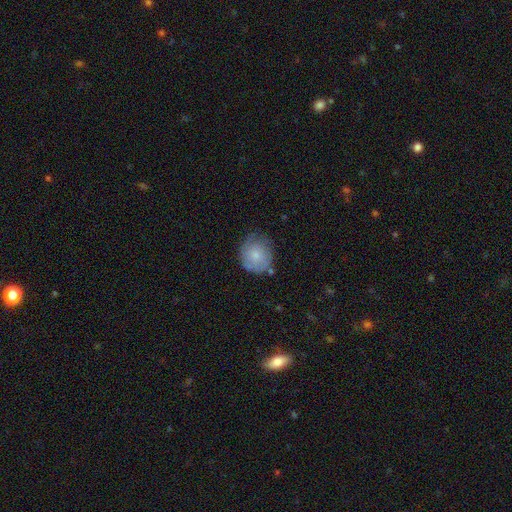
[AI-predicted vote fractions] smooth-or-featured: smooth: 69% | featured or disk: 24% | star or artifact: 7%
  how-rounded: round: 81% | in between: 18% | cigar-shaped: 1%
  merging: none: 61% | minor disturbance: 28% | major disturbance: 8% | merger: 4%